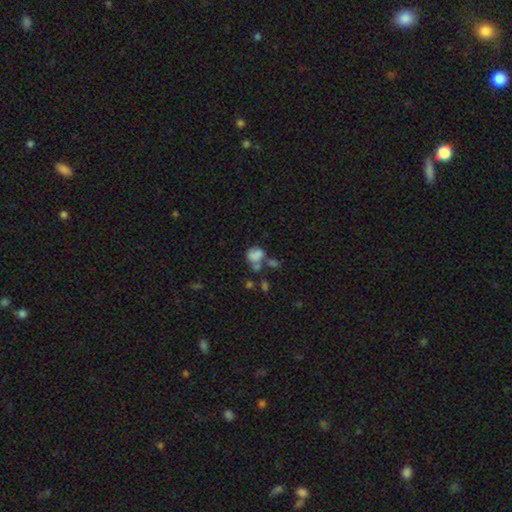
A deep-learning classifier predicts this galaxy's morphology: type=smooth (63%); roundness=in between (53%); merging=merger (44%).